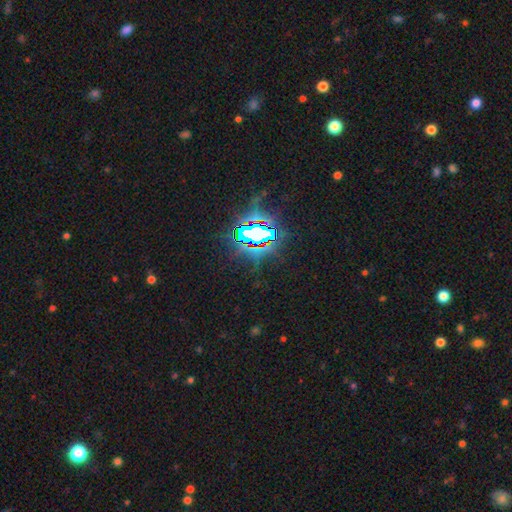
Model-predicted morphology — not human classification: Smooth or featured?
  - star or artifact: 85% *
  - smooth: 8%
  - featured or disk: 7%